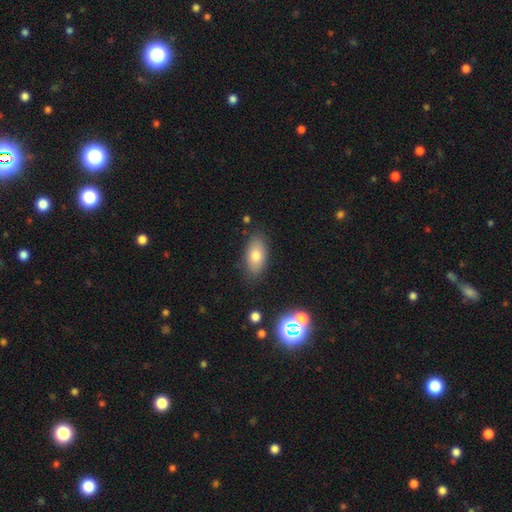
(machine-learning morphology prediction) type=smooth (75%); roundness=in between (91%); merging=none (82%).